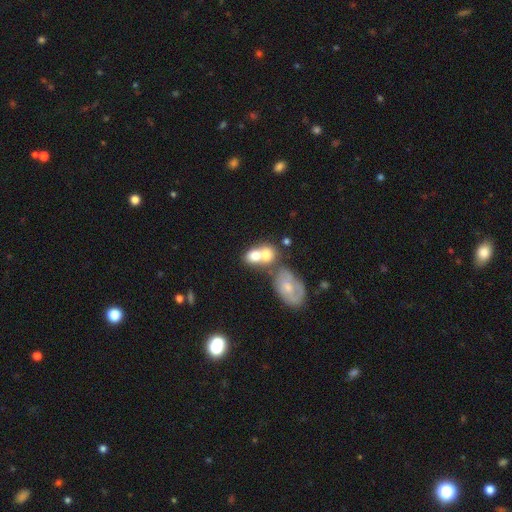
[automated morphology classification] Smooth or featured: smooth — 66% (featured or disk — 25%)
How rounded: in between — 61% (round — 38%)
Merging: merger — 66% (none — 20%)